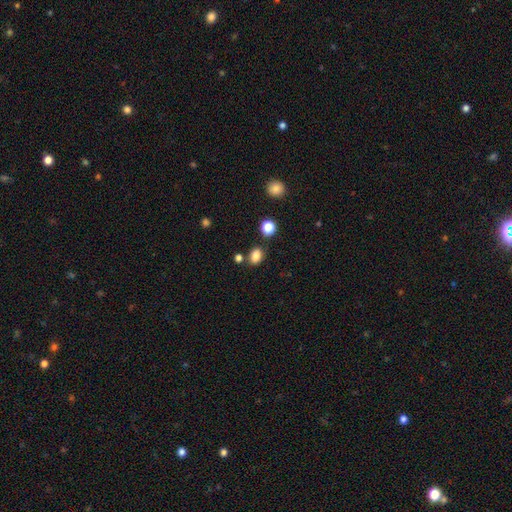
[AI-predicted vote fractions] Overall: smooth (83%). How rounded: in between (68%; round 31%). Merging: none (77%).